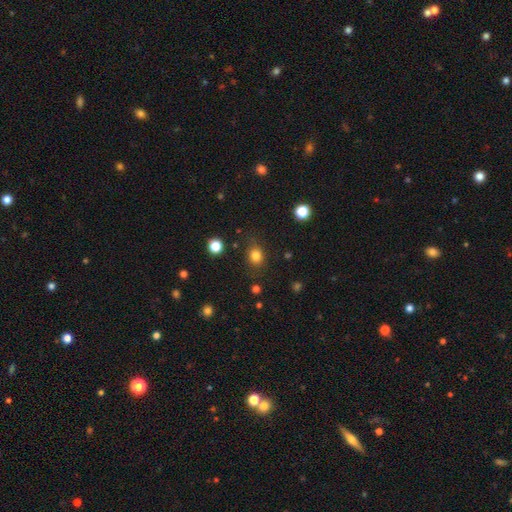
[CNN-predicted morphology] This appears to be a smooth galaxy with no disk features (81%) that is round (62%). Merging: none (79%).